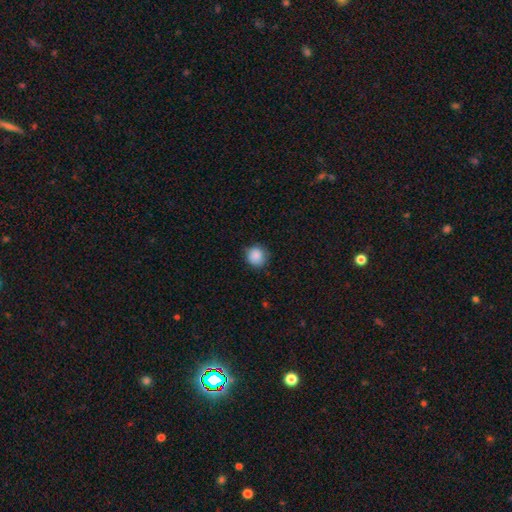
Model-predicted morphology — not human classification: smooth-or-featured: smooth: 88% | star or artifact: 8% | featured or disk: 4%
  how-rounded: round: 90% | in between: 9% | cigar-shaped: 1%
  merging: none: 82% | minor disturbance: 14% | major disturbance: 3% | merger: 1%